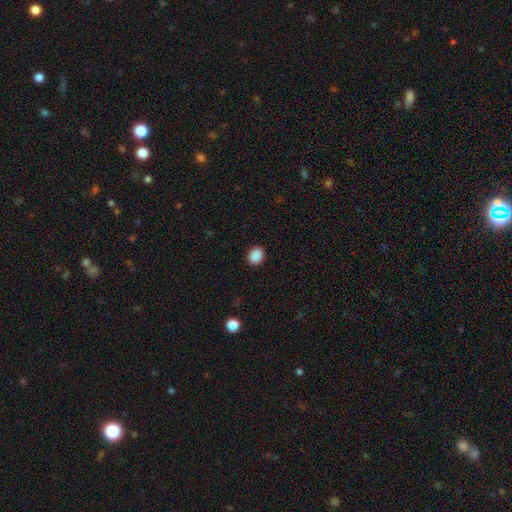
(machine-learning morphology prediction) smooth_or_featured: smooth (p=0.89) [alt: star or artifact p=0.09]
how_rounded: round (p=0.58) [alt: in between p=0.41]
merging: none (p=0.90) [alt: minor disturbance p=0.07]